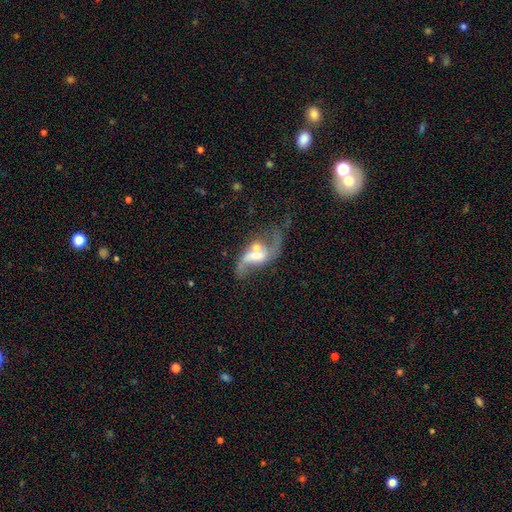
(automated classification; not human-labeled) This appears to be a featured or disk galaxy (78%) with a weak bar (41%), 2 (85%) loose (84%) spiral arms (86%) and a moderate central bulge (40%). Merging: merger (36%).